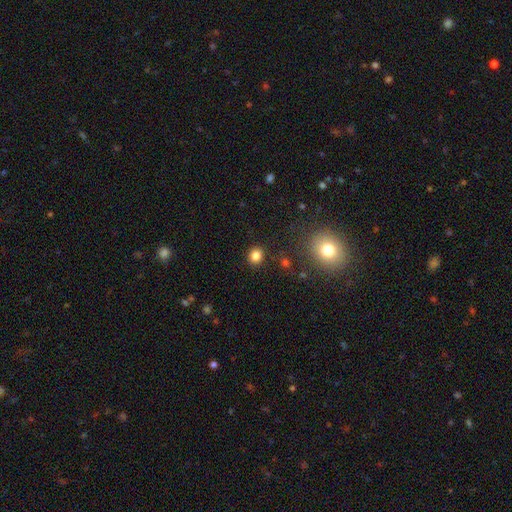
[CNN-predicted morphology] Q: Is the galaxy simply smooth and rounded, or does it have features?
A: smooth — 83%.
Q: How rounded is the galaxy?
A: round — 78%.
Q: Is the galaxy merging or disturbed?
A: none — 88%.